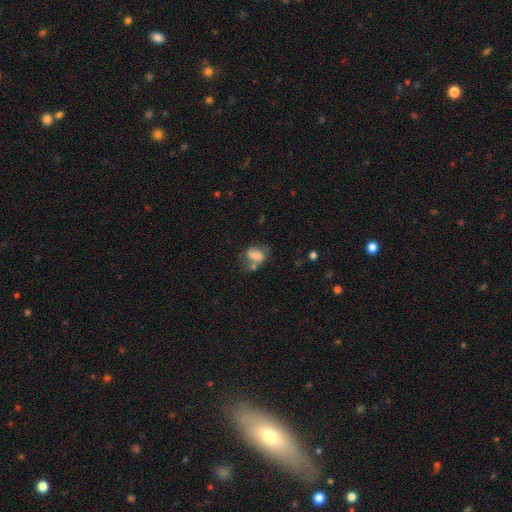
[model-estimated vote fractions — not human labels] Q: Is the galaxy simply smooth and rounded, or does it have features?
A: smooth — 53%.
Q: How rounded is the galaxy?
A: in between — 69%.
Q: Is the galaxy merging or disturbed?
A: none — 36%.